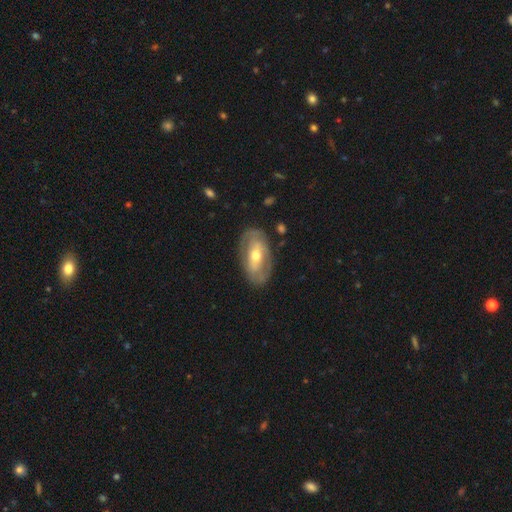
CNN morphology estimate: Overall: featured or disk (70%). Edge-on disk: no (92%). Bar: no (37%; weak 33%). Spiral arms: yes (56%; no 44%). Bulge size: moderate (66%; small 28%). Merging: none (79%).